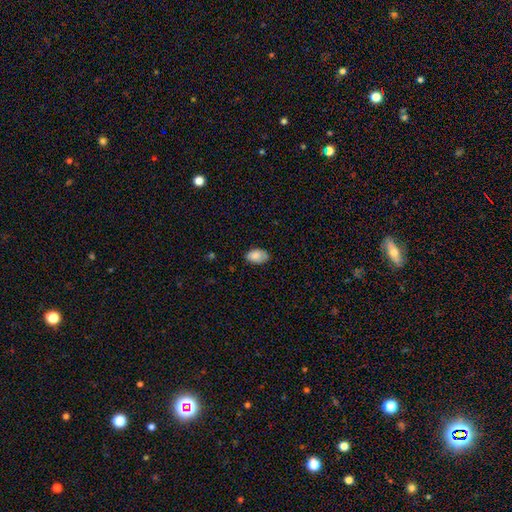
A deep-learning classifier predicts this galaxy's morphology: A smooth galaxy with no disk features (86%) that is in between round and cigar-shaped (92%).

Vote fractions:
- Smooth or featured? smooth: 86% / featured or disk: 7% / star or artifact: 7%
- How rounded? in between: 92% / round: 7% / cigar-shaped: 1%
- Merging? none: 78% / minor disturbance: 19% / major disturbance: 3% / merger: 1%